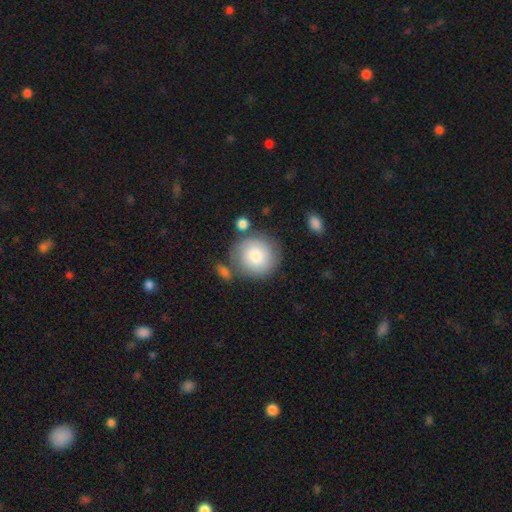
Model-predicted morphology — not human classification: Smooth or featured: smooth — 75% (featured or disk — 19%)
How rounded: round — 92% (in between — 7%)
Merging: none — 72% (minor disturbance — 14%)